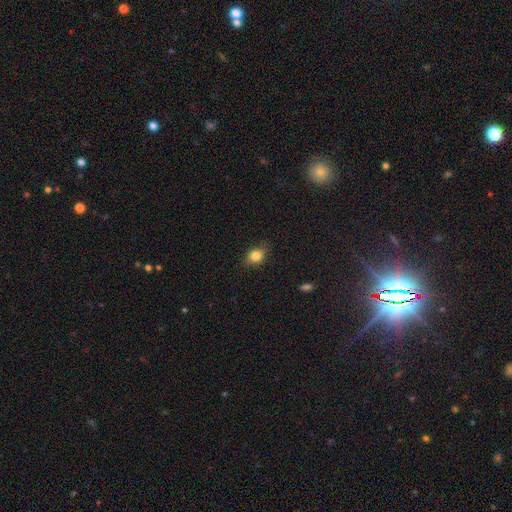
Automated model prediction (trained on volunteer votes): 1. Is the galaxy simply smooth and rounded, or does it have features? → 81% smooth, 10% star or artifact, 9% featured or disk.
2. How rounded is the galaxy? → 52% in between, 45% round, 2% cigar-shaped.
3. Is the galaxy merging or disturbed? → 76% none, 19% minor disturbance, 4% major disturbance, 1% merger.